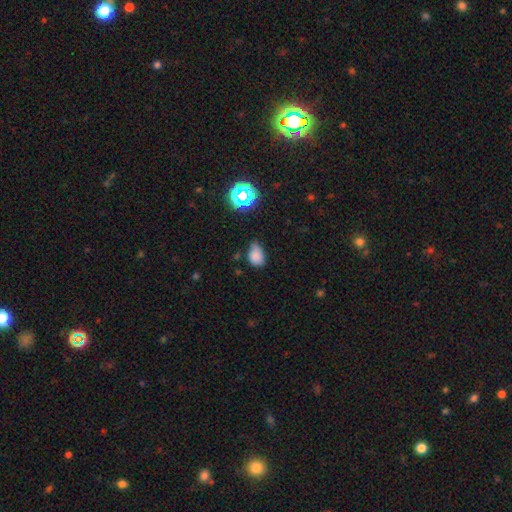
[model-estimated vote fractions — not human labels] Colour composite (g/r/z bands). It shows a smooth galaxy with no disk features (77%) that is in between round and cigar-shaped (80%). Merging: none (48%).